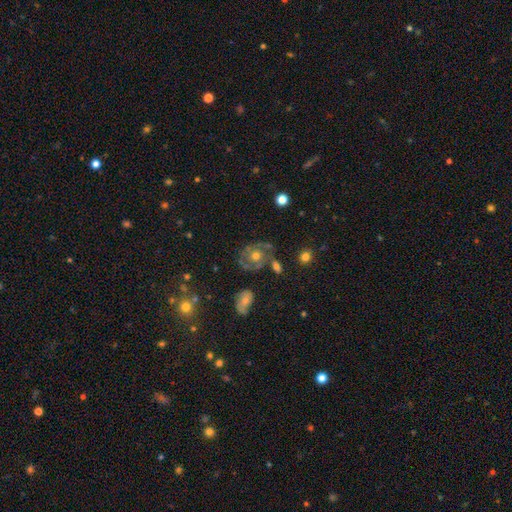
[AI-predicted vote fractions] Smooth or featured? featured or disk (67%)
Edge-on disk? no (97%)
Bar? no (83%)
Spiral arms? yes (78%)
Spiral winding? tight (49%)
Spiral arm count? 2 (46%)
Bulge size? moderate (68%)
Merging? none (57%)